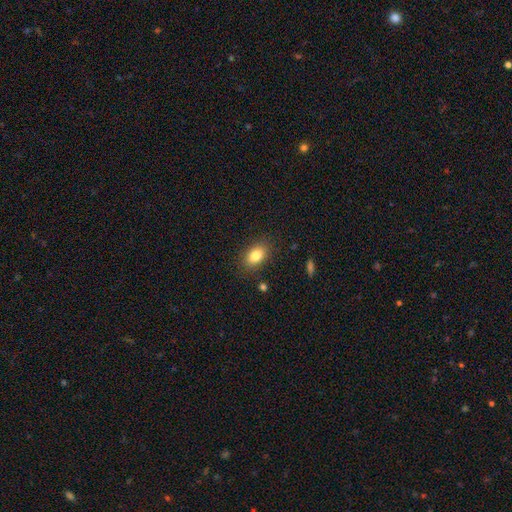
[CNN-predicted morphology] smooth_or_featured: smooth (p=0.82) [alt: star or artifact p=0.09]
how_rounded: in between (p=0.86) [alt: round p=0.12]
merging: none (p=0.85) [alt: minor disturbance p=0.10]